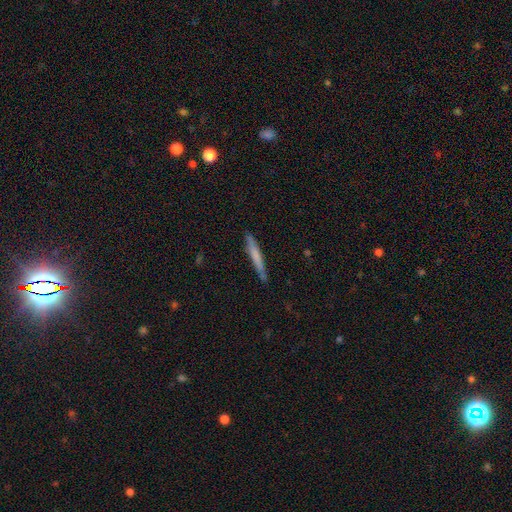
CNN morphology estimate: smooth_or_featured: smooth (p=0.61) [alt: featured or disk p=0.33]
how_rounded: cigar-shaped (p=0.96) [alt: in between p=0.03]
merging: none (p=0.85) [alt: minor disturbance p=0.12]